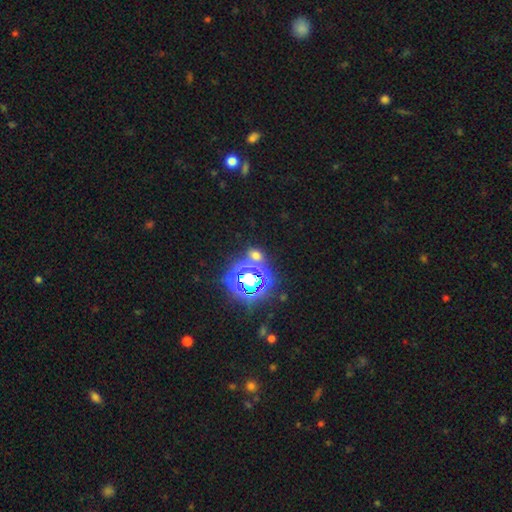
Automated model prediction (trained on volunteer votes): smooth_or_featured: star or artifact (p=0.53) [alt: smooth p=0.38]